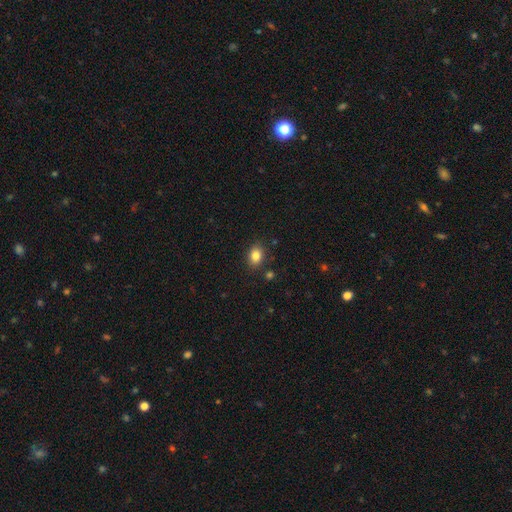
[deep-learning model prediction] This is clearly a smooth galaxy (83%). How rounded: likely in between (65%). Merging: clearly none (85%).